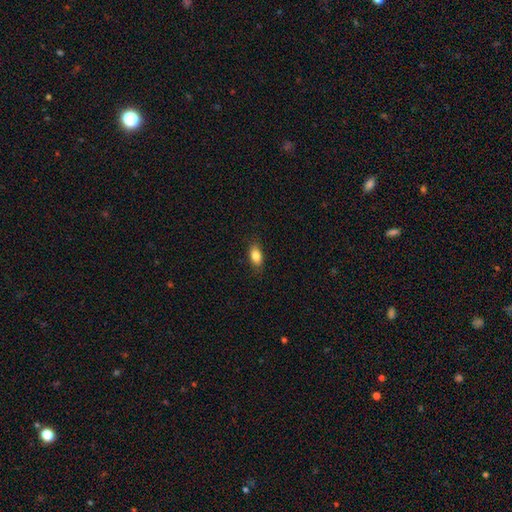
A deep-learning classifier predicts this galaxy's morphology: Smooth or featured? Predicted: smooth (p=0.85). How rounded? Predicted: in between (p=0.89). Merging? Predicted: none (p=0.85).